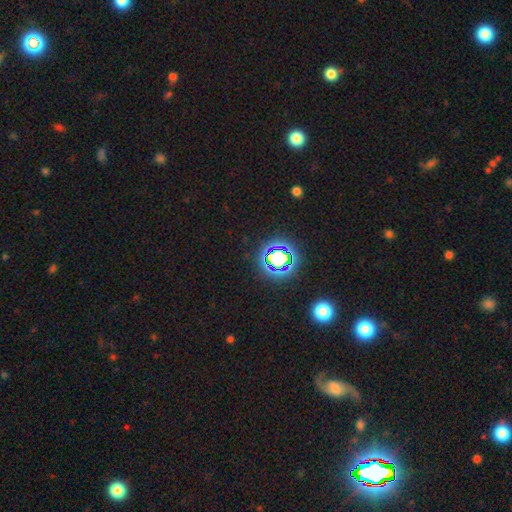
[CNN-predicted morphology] smooth_or_featured: star or artifact (p=0.73) [alt: smooth p=0.19]